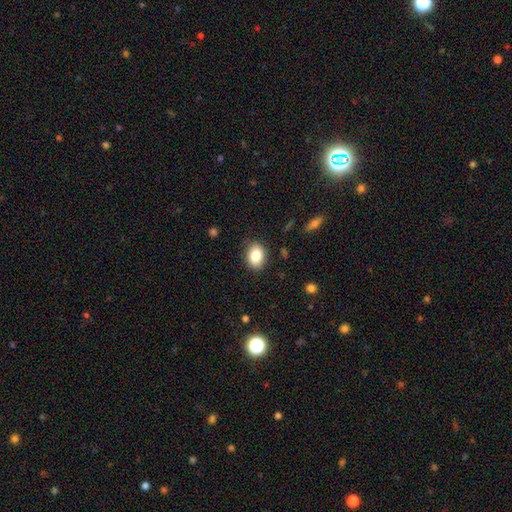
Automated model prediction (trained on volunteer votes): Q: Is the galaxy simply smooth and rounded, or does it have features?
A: smooth — 84%.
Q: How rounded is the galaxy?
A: in between — 72%.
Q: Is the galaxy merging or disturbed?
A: none — 86%.